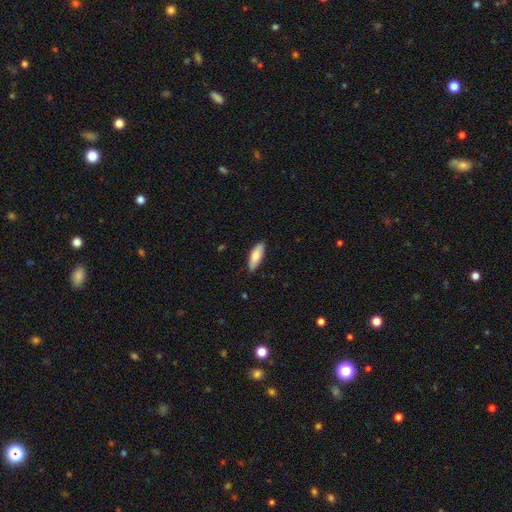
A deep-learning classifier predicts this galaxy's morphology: Smooth or featured? smooth (75%)
How rounded? in between (69%)
Merging? none (87%)